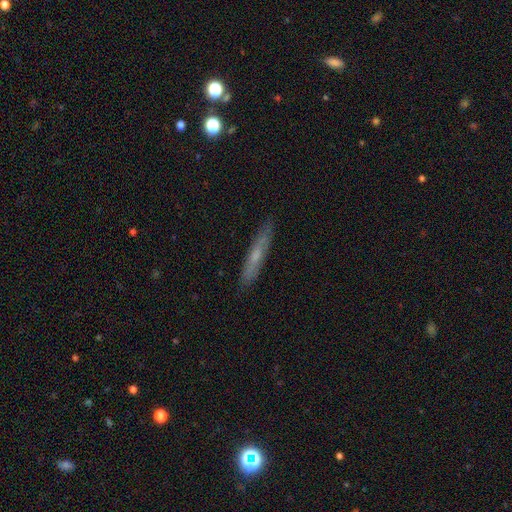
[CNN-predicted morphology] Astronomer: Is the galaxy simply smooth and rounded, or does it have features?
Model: smooth — 48% (runner-up: featured or disk, 44%).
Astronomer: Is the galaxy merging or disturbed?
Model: none — 86%.